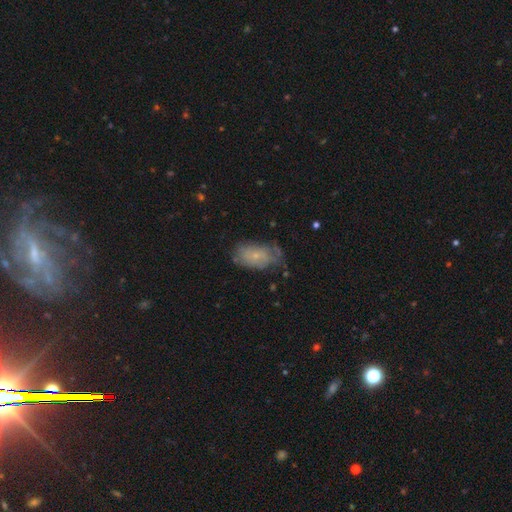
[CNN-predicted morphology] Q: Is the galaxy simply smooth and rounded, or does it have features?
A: smooth — 55%.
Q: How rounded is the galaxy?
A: in between — 90%.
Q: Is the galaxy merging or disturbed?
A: none — 46%.